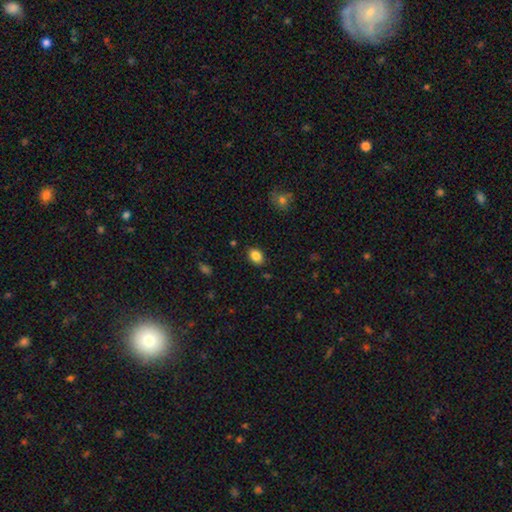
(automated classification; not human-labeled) smooth 86%, star or artifact 9%, featured or disk 5%. Down the decision tree: how rounded — in between (77%); merging — none (85%).